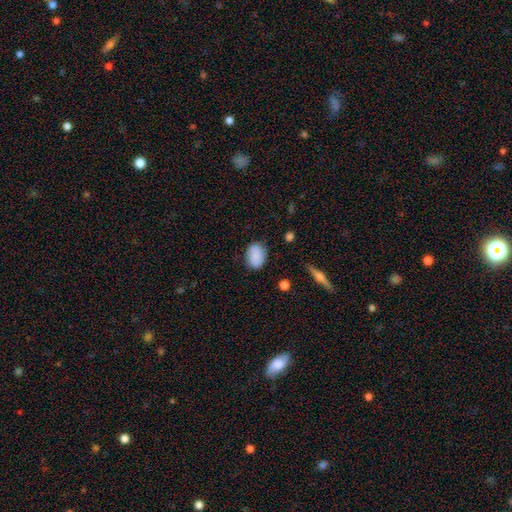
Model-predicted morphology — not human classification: Smooth or featured: smooth — 79% (featured or disk — 13%)
How rounded: in between — 78% (round — 21%)
Merging: none — 79% (minor disturbance — 16%)